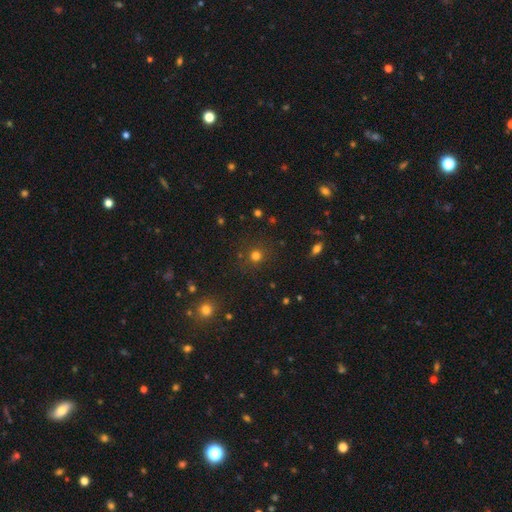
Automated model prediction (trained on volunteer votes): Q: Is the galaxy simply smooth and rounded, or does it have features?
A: smooth — 74%.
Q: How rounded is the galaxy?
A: round — 92%.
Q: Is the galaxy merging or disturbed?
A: none — 86%.